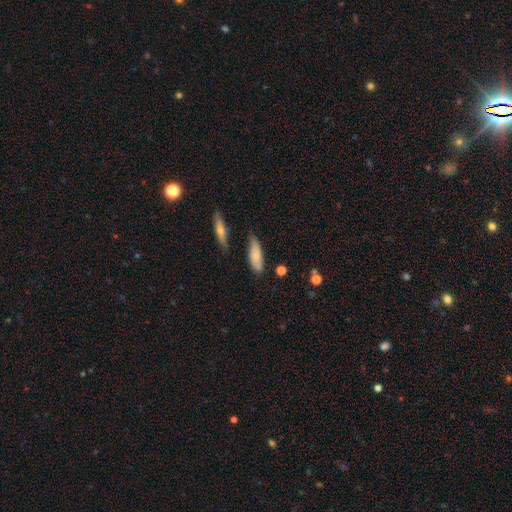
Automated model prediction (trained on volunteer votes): A smooth galaxy with no disk features (75%) that is in between round and cigar-shaped (65%).

Vote fractions:
- Smooth or featured? smooth: 75% / featured or disk: 18% / star or artifact: 7%
- How rounded? in between: 65% / cigar-shaped: 33% / round: 2%
- Merging? none: 69% / minor disturbance: 22% / merger: 5% / major disturbance: 4%